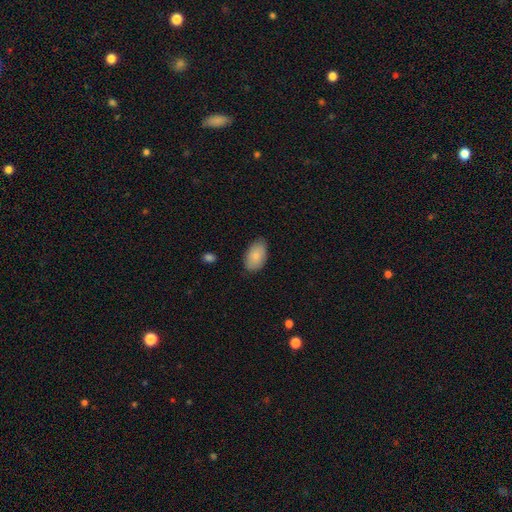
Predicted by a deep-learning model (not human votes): Overall: smooth (83%). How rounded: in between (93%). Merging: none (80%).